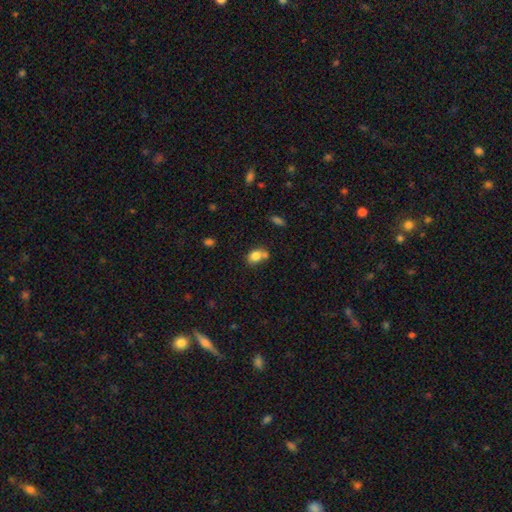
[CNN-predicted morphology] A smooth galaxy with no disk features (80%) that is in between round and cigar-shaped (65%).

Vote fractions:
- Smooth or featured? smooth: 80% / featured or disk: 11% / star or artifact: 10%
- How rounded? in between: 65% / round: 34% / cigar-shaped: 1%
- Merging? none: 43% / merger: 34% / minor disturbance: 17% / major disturbance: 6%